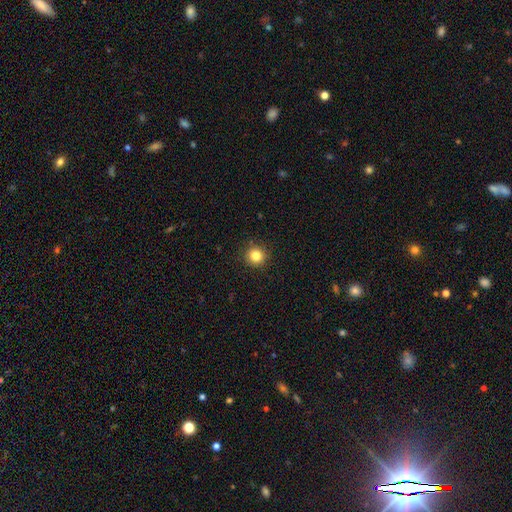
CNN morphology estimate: smooth_or_featured: smooth (p=0.83) [alt: star or artifact p=0.12]
how_rounded: round (p=0.94) [alt: in between p=0.05]
merging: none (p=0.92) [alt: minor disturbance p=0.05]